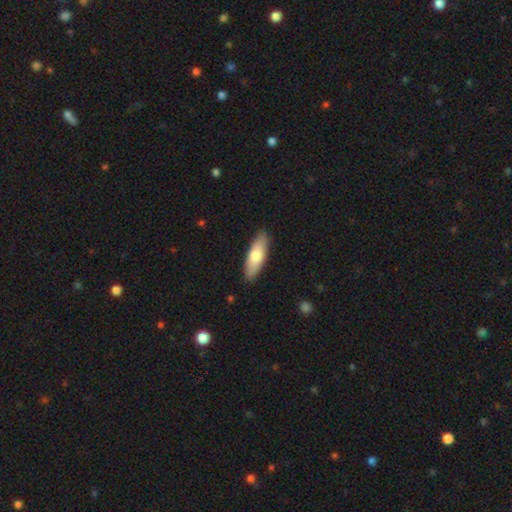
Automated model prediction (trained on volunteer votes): A smooth galaxy with no disk features (74%) that is in between round and cigar-shaped (51%).

Vote fractions:
- Smooth or featured? smooth: 74% / featured or disk: 21% / star or artifact: 5%
- How rounded? in between: 51% / cigar-shaped: 47% / round: 2%
- Merging? none: 89% / minor disturbance: 9% / major disturbance: 2% / merger: 1%